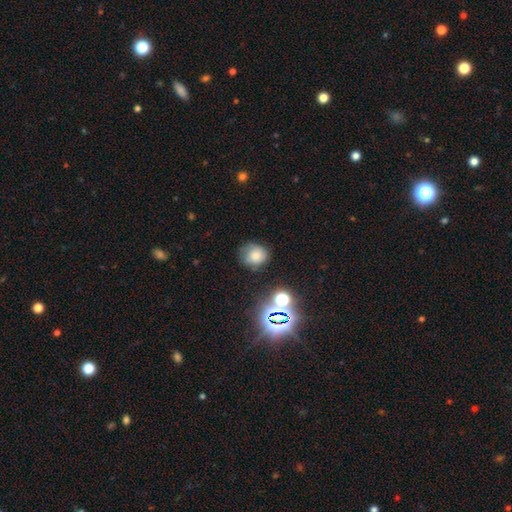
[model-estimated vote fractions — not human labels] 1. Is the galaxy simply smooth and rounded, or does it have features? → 70% smooth, 16% star or artifact, 14% featured or disk.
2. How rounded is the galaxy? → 74% round, 25% in between, 1% cigar-shaped.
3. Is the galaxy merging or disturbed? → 64% none, 23% minor disturbance, 9% major disturbance, 4% merger.